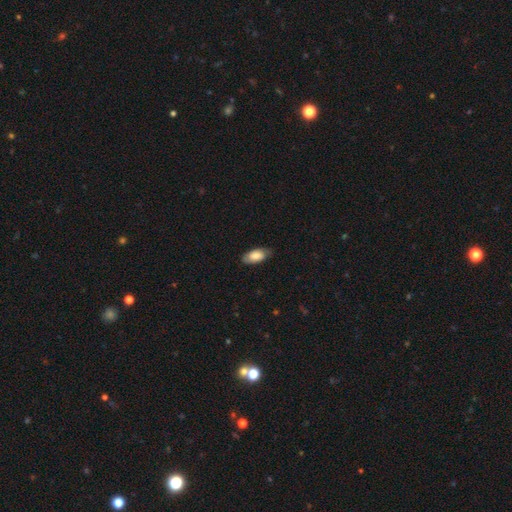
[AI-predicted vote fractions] Morphology: type=smooth (74%); roundness=in between (91%); merging=none (78%).